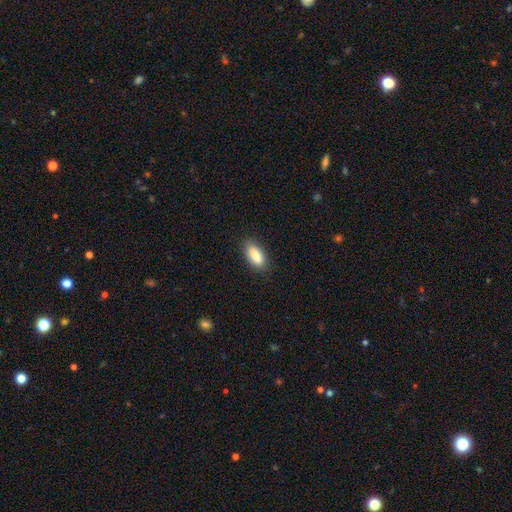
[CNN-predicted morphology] Q: Smooth or featured?
A: smooth (86%); runner-up: featured or disk (7%)
Q: How rounded?
A: in between (81%); runner-up: cigar-shaped (16%)
Q: Merging?
A: none (85%); runner-up: minor disturbance (11%)